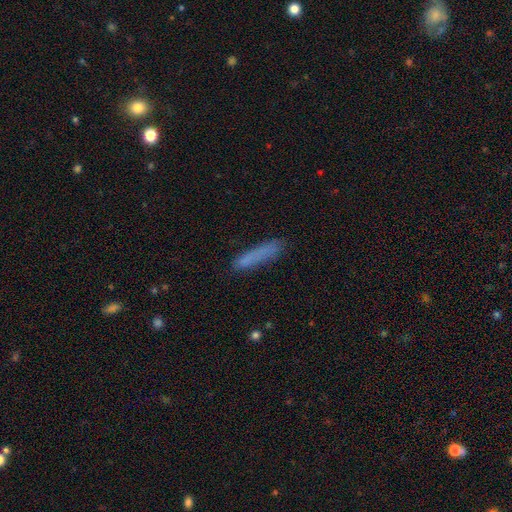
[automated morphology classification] Smooth or featured: smooth — 77% (featured or disk — 13%)
How rounded: cigar-shaped — 88% (in between — 10%)
Merging: none — 77% (minor disturbance — 16%)